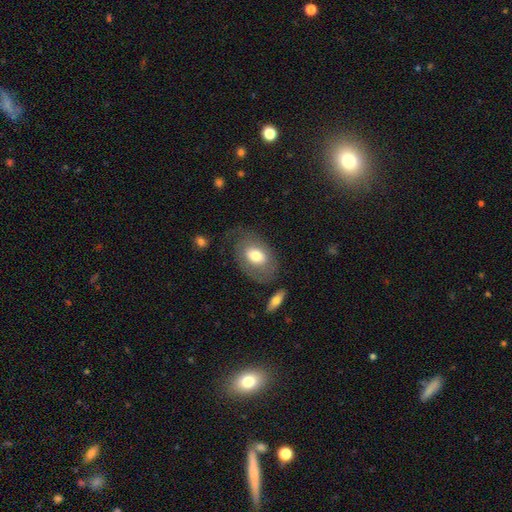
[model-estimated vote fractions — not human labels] Overall: smooth (56%; featured or disk 37%). How rounded: in between (82%). Merging: none (57%; minor disturbance 22%).